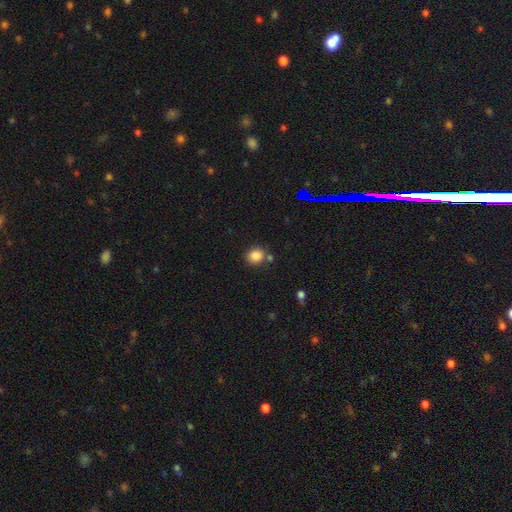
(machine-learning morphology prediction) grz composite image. It shows a smooth galaxy with no disk features (85%) that is round (76%). Merging: none (75%).